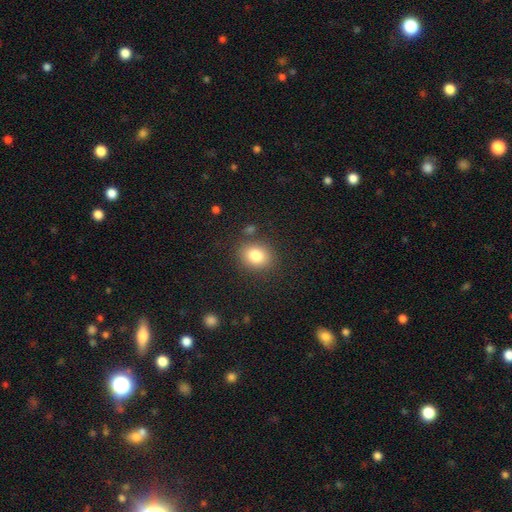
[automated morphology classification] This appears to be a smooth galaxy with no disk features (82%) that is round (57%). Merging: none (84%).